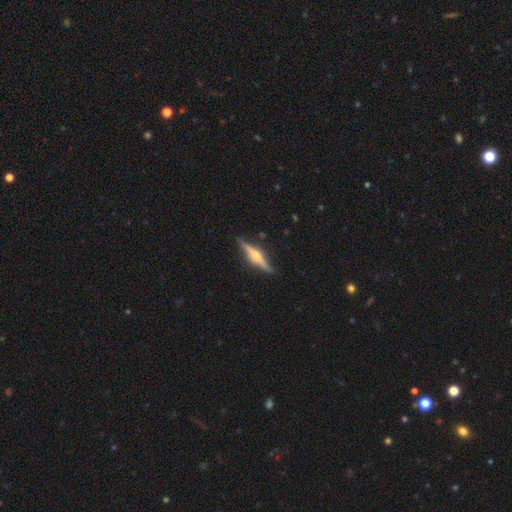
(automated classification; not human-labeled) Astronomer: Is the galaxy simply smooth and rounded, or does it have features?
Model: featured or disk — 74%.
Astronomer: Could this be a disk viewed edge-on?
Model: yes — 97%.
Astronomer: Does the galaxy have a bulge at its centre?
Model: rounded — 88%.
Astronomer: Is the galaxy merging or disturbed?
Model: none — 88%.